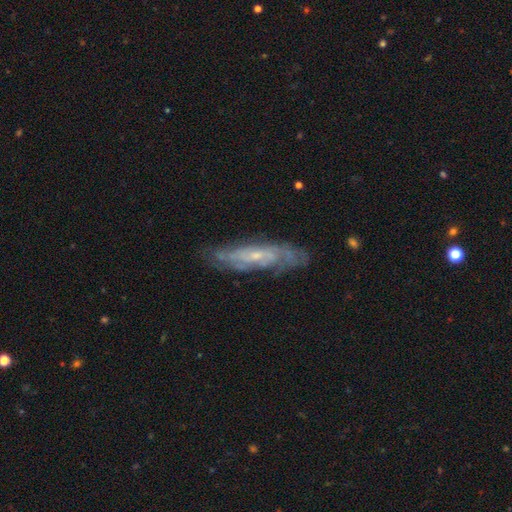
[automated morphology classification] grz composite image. It shows a featured or disk galaxy (76%) with no bar (60%), spiral arms (86%) and a small central bulge (70%). Merging: none (74%).